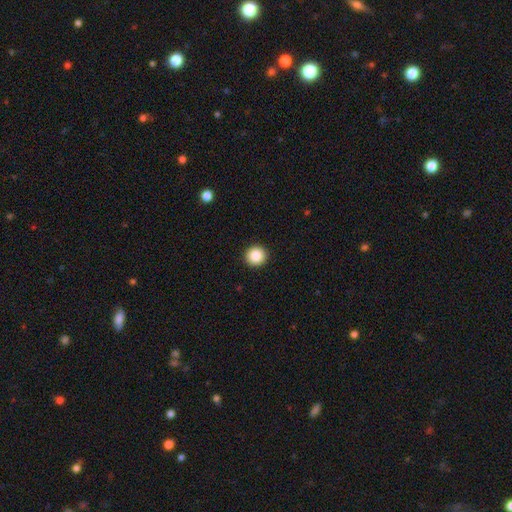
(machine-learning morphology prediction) A smooth galaxy with no disk features (87%) that is round (95%). Merging: none (93%).